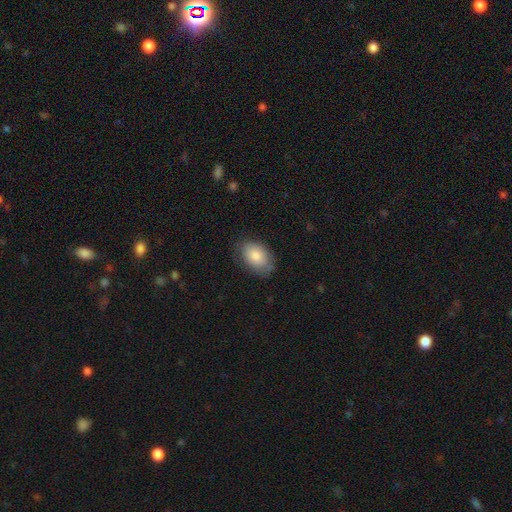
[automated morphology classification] type=smooth (83%); roundness=in between (88%); merging=none (76%).